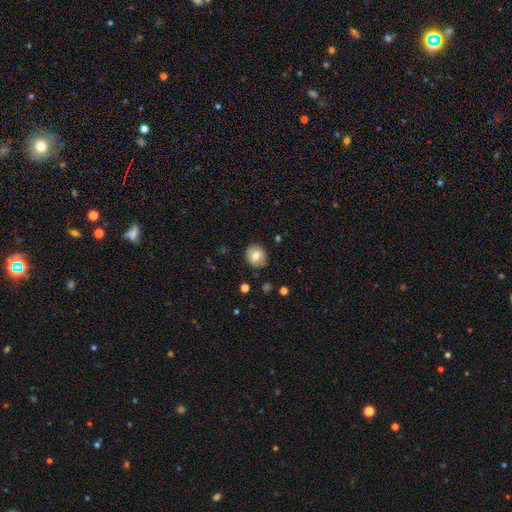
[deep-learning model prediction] Smooth or featured?
  - smooth: 76% *
  - featured or disk: 15%
  - star or artifact: 9%
How rounded?
  - round: 77% *
  - in between: 22%
  - cigar-shaped: 1%
Merging?
  - none: 84% *
  - minor disturbance: 12%
  - major disturbance: 2%
  - merger: 1%